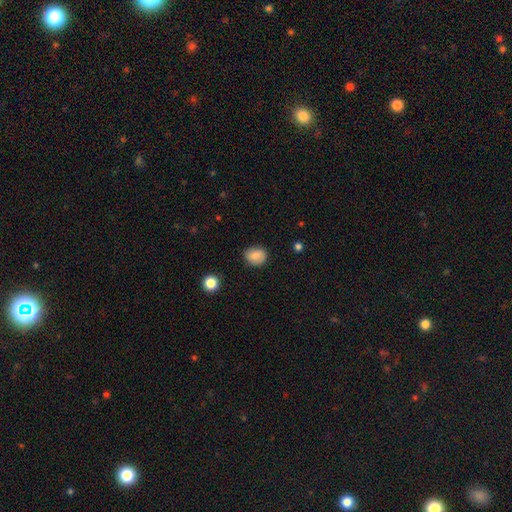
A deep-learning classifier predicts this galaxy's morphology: Q: Smooth or featured?
A: smooth (83%); runner-up: star or artifact (9%)
Q: How rounded?
A: round (61%); runner-up: in between (38%)
Q: Merging?
A: none (80%); runner-up: minor disturbance (15%)